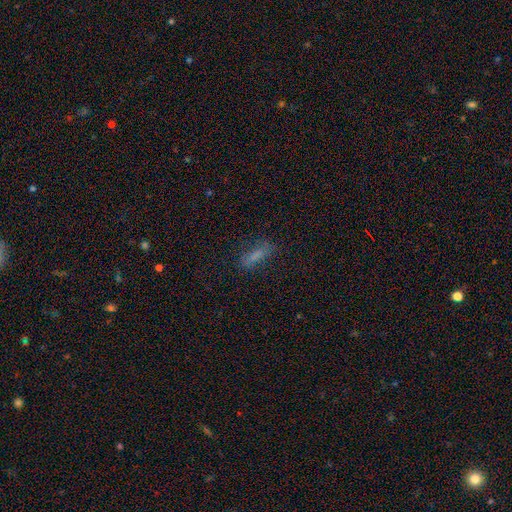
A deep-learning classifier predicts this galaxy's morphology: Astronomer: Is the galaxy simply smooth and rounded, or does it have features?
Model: smooth — 65%.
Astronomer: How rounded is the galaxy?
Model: in between — 51% (runner-up: cigar-shaped, 45%).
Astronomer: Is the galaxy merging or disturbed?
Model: none — 66%.